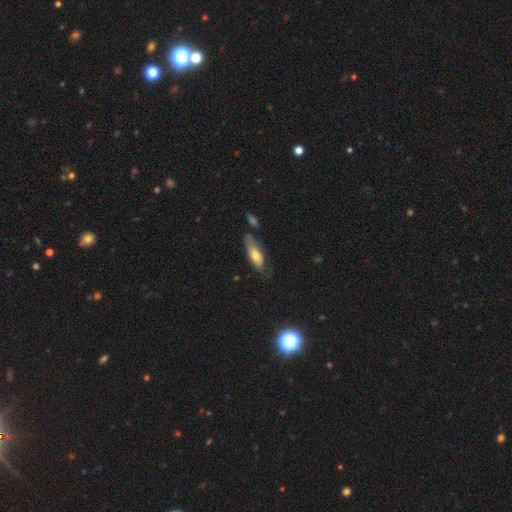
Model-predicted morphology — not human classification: Smooth or featured: smooth — 68% (featured or disk — 26%)
How rounded: in between — 66% (cigar-shaped — 32%)
Merging: none — 52% (minor disturbance — 30%)